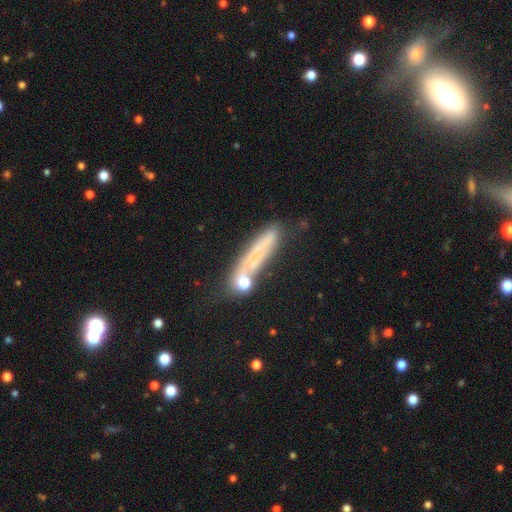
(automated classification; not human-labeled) A smooth galaxy with no disk features (54%) that is cigar-shaped (82%). Merging: none (54%).